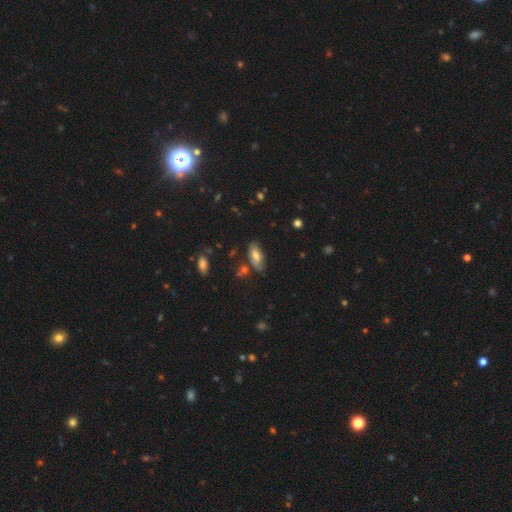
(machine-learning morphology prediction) smooth-or-featured: smooth: 66% | featured or disk: 26% | star or artifact: 8%
  how-rounded: in between: 87% | cigar-shaped: 11% | round: 3%
  merging: none: 71% | minor disturbance: 18% | merger: 6% | major disturbance: 4%